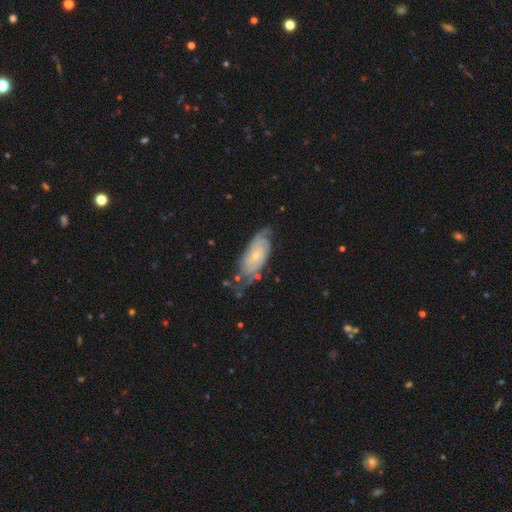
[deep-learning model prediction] A featured or disk galaxy (74%) with no bar (75%), tight (62%) spiral arms (90%) and a small central bulge (71%). Merging: none (62%).